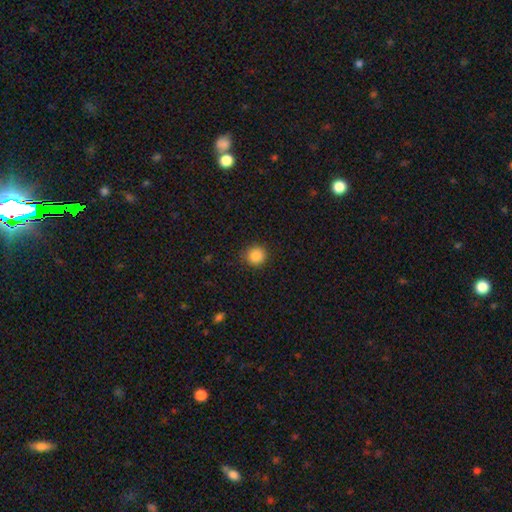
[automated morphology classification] Smooth or featured? Predicted: smooth (p=0.87). How rounded? Predicted: round (p=0.92). Merging? Predicted: none (p=0.89).